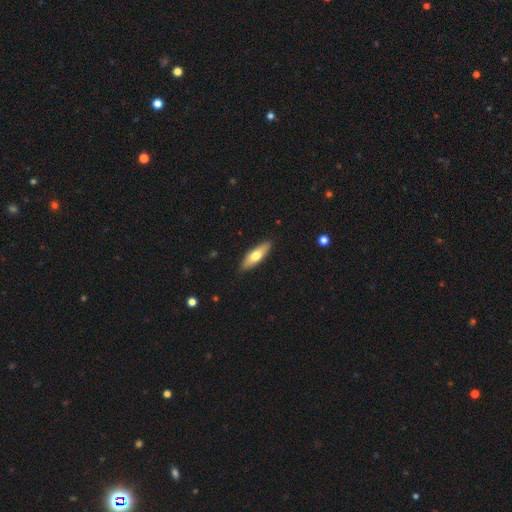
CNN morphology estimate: This is likely a smooth galaxy (65%). How rounded: possibly cigar-shaped (50%). Merging: clearly none (89%).